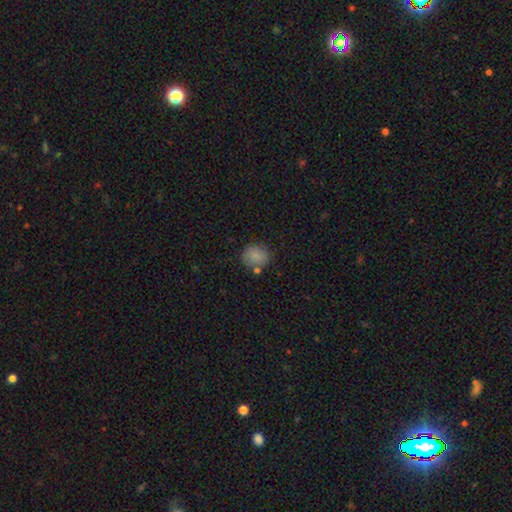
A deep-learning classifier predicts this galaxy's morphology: A smooth galaxy with no disk features (84%) that is round (75%). Merging: none (74%).